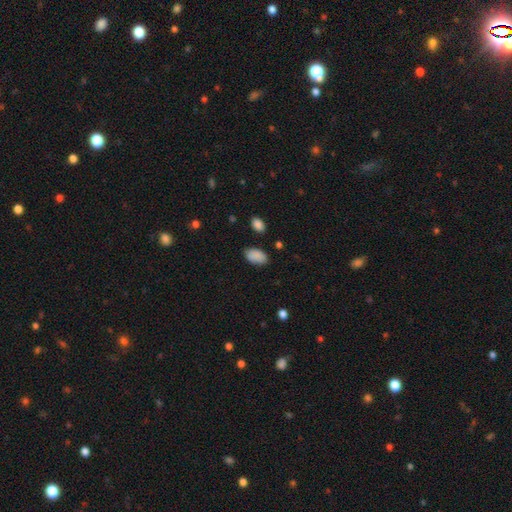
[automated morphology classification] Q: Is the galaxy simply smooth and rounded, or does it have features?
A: smooth — 88%.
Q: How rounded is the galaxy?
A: in between — 94%.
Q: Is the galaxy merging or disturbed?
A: none — 82%.